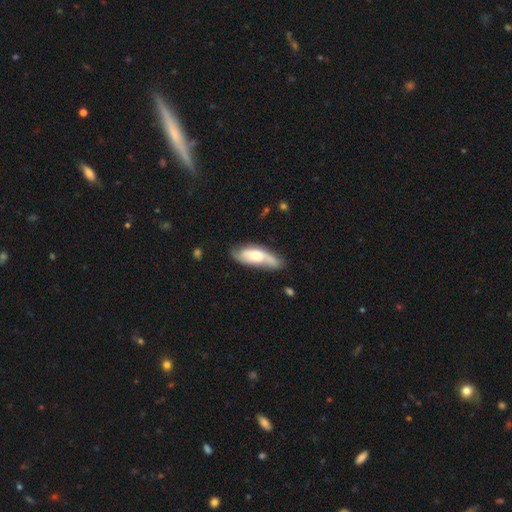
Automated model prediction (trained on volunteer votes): Overall: featured or disk (52%; smooth 42%). Edge-on disk: no (80%). Merging: none (54%; minor disturbance 29%).